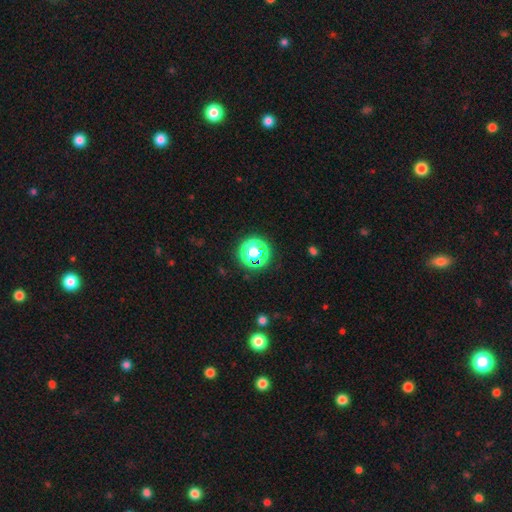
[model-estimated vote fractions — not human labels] Overall: star or artifact (54%; smooth 36%).